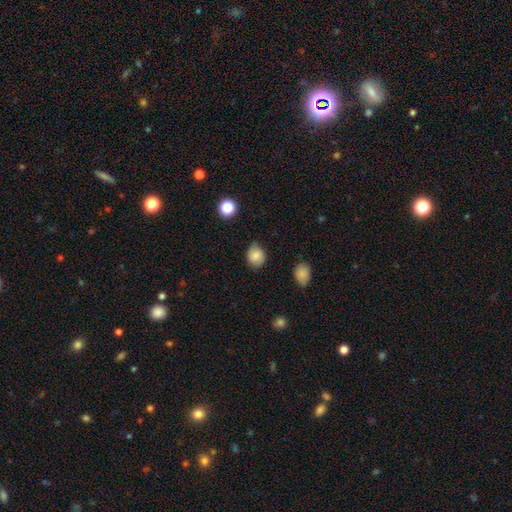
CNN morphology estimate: smooth_or_featured: smooth (p=0.80) [alt: featured or disk p=0.10]
how_rounded: round (p=0.60) [alt: in between p=0.40]
merging: none (p=0.69) [alt: minor disturbance p=0.25]